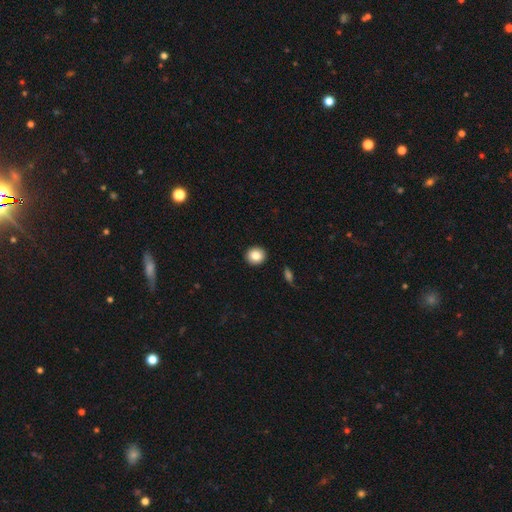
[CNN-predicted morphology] smooth-or-featured: smooth: 84% | star or artifact: 9% | featured or disk: 7%
  how-rounded: round: 87% | in between: 12% | cigar-shaped: 1%
  merging: none: 92% | minor disturbance: 5% | major disturbance: 2% | merger: 1%